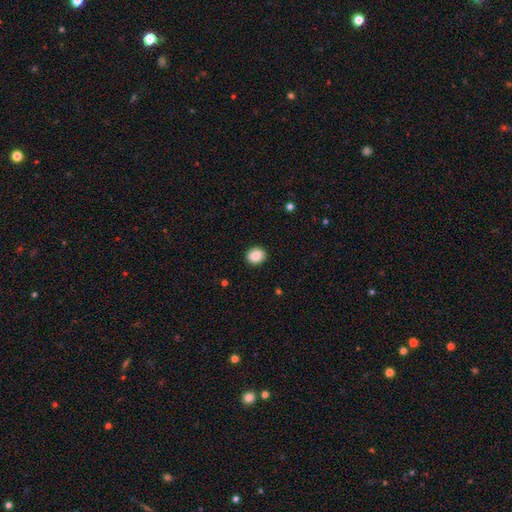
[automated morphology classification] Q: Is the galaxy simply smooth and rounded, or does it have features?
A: smooth — 86%.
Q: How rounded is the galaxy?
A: round — 74%.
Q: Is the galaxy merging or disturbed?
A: none — 91%.